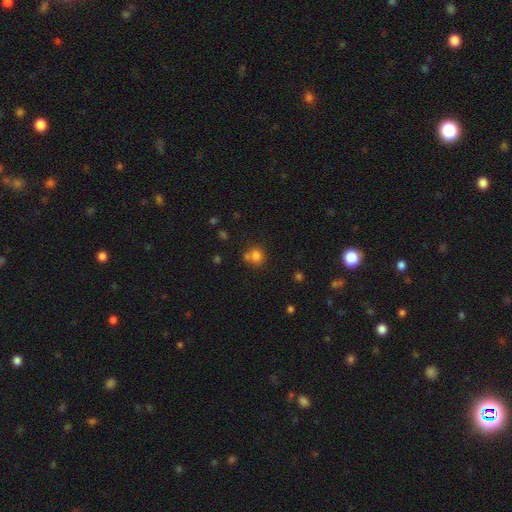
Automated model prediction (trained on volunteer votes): Smooth or featured? smooth (78%)
How rounded? round (80%)
Merging? none (57%)